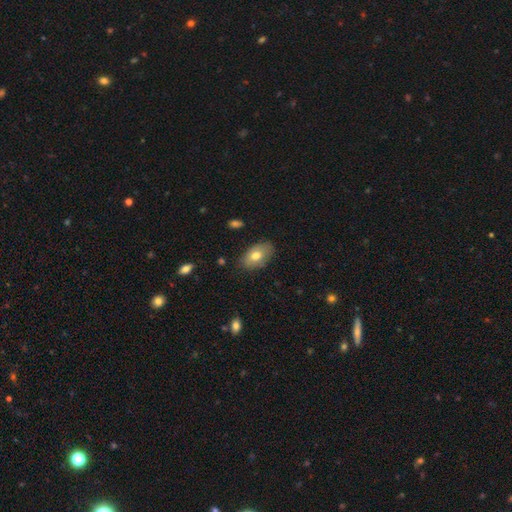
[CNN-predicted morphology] Q: Smooth or featured?
A: smooth (72%); runner-up: featured or disk (21%)
Q: How rounded?
A: in between (91%); runner-up: round (7%)
Q: Merging?
A: none (80%); runner-up: minor disturbance (16%)